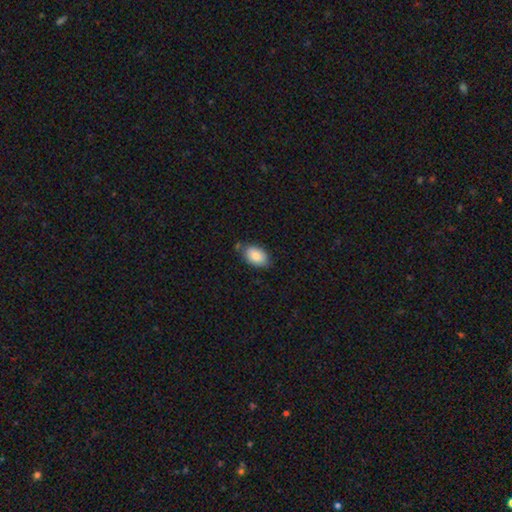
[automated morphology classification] Overall: smooth (85%). How rounded: in between (88%). Merging: none (74%).